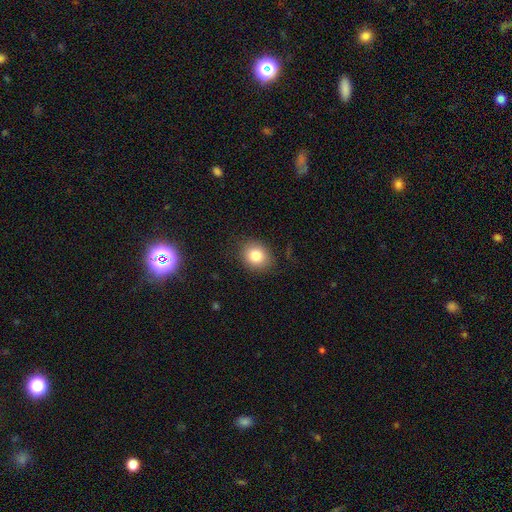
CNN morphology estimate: smooth_or_featured: smooth (p=0.82) [alt: star or artifact p=0.10]
how_rounded: round (p=0.67) [alt: in between p=0.32]
merging: none (p=0.85) [alt: minor disturbance p=0.11]